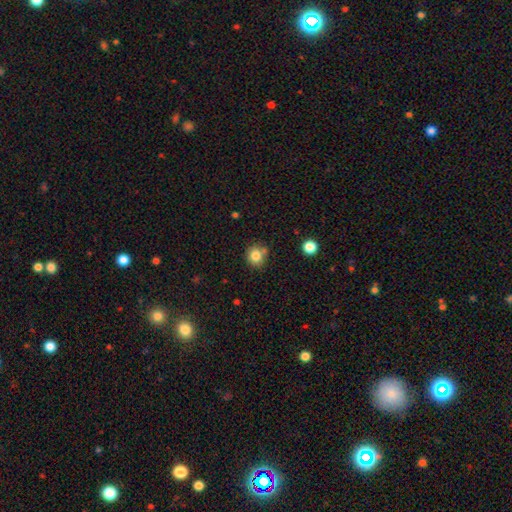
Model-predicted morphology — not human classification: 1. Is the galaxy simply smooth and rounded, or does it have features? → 81% smooth, 11% star or artifact, 7% featured or disk.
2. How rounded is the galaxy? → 84% round, 15% in between, 1% cigar-shaped.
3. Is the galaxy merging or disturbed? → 73% none, 14% minor disturbance, 10% merger, 3% major disturbance.